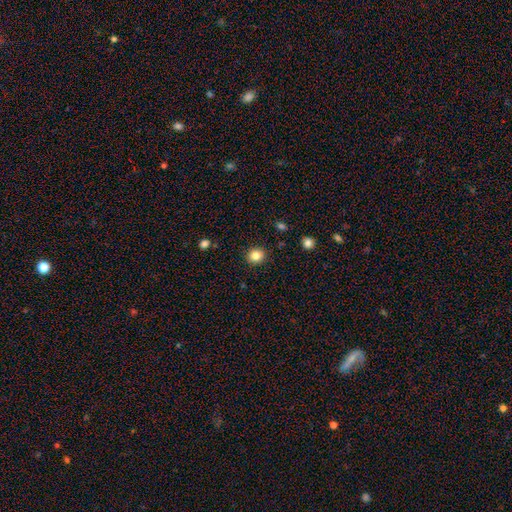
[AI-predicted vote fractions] A smooth galaxy with no disk features (84%) that is round (82%).

Vote fractions:
- Smooth or featured? smooth: 84% / star or artifact: 11% / featured or disk: 5%
- How rounded? round: 82% / in between: 18% / cigar-shaped: 1%
- Merging? none: 91% / minor disturbance: 6% / major disturbance: 2% / merger: 1%